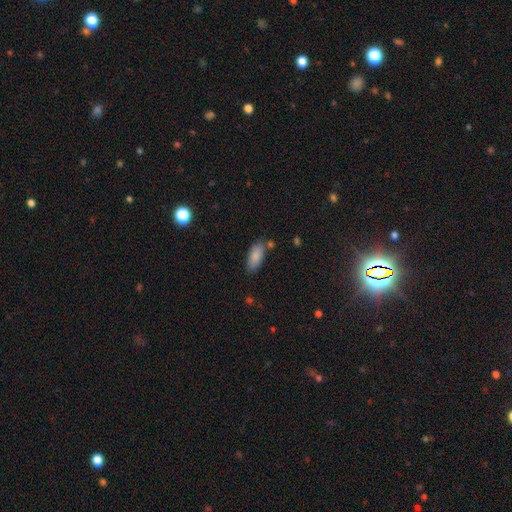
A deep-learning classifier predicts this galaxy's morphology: smooth 87%, star or artifact 7%, featured or disk 7%. Down the decision tree: how rounded — in between (88%); merging — none (75%).